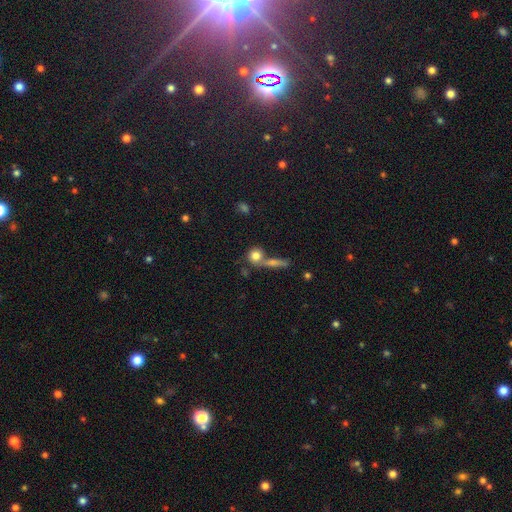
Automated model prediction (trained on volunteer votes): This appears to be a smooth galaxy with no disk features (77%) that is round (81%). Merging: none (49%).